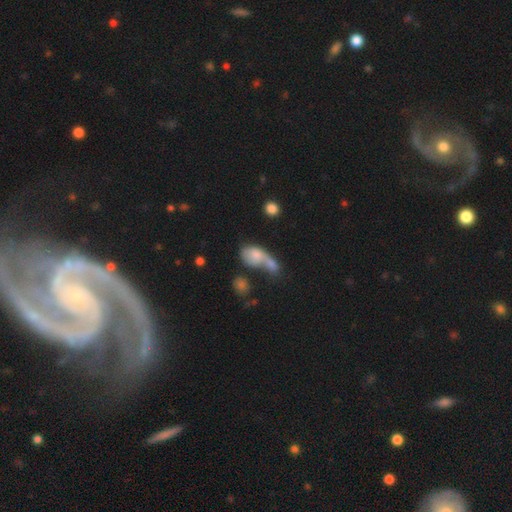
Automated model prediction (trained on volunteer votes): A smooth galaxy with no disk features (72%) that is in between round and cigar-shaped (77%). Merging: merger (60%).